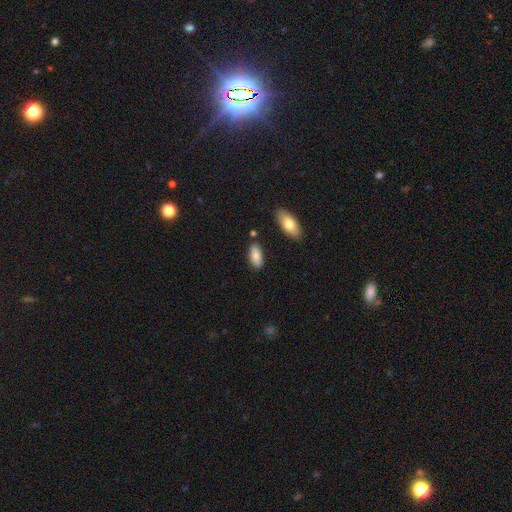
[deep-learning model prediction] This is clearly a smooth galaxy (84%). How rounded: clearly in between (89%). Merging: clearly none (82%).